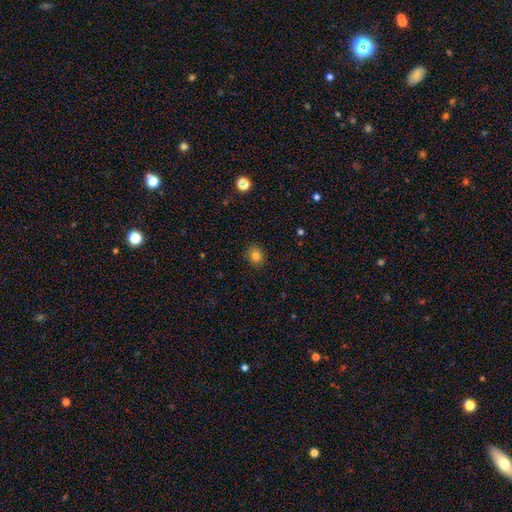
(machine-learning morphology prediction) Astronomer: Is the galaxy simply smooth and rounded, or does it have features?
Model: smooth — 81%.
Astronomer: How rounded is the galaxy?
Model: round — 77%.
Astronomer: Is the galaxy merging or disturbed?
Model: none — 88%.